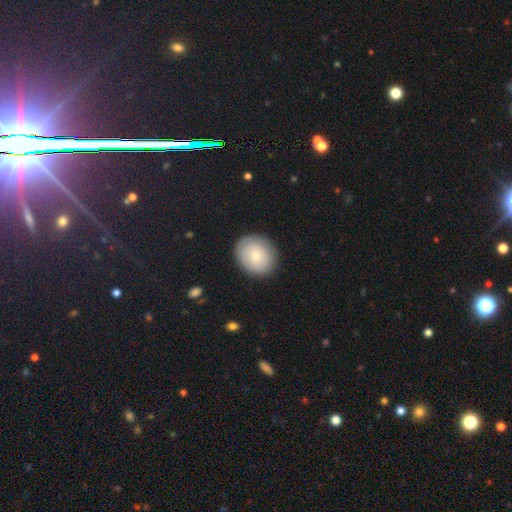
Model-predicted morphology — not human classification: Smooth or featured? Predicted: smooth (p=0.74). How rounded? Predicted: round (p=0.71). Merging? Predicted: none (p=0.86).